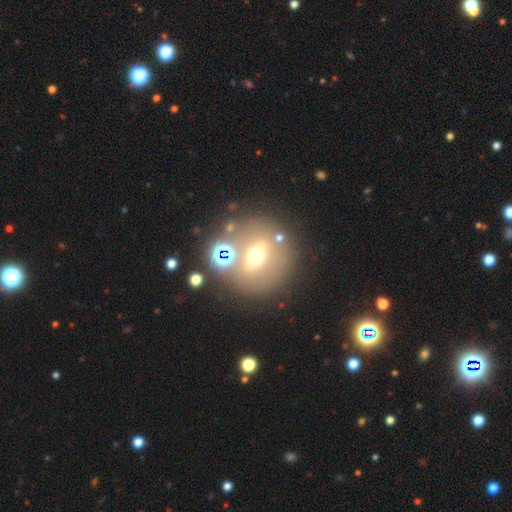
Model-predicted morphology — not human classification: featured or disk 42%, smooth 37%, star or artifact 21%. Down the decision tree: merging — none (75%).